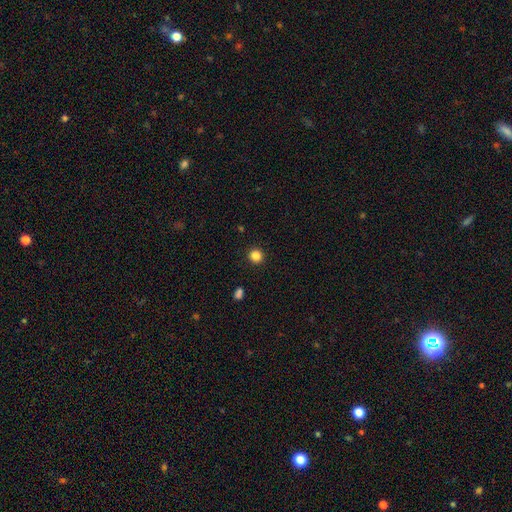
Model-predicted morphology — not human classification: smooth_or_featured: smooth (p=0.85) [alt: star or artifact p=0.12]
how_rounded: round (p=0.94) [alt: in between p=0.05]
merging: none (p=0.93) [alt: minor disturbance p=0.04]